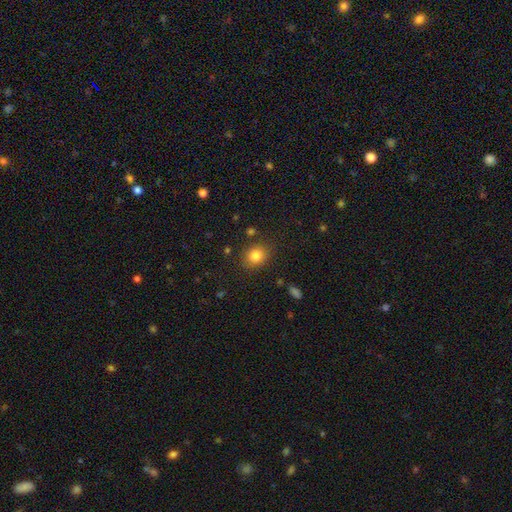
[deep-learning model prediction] Smooth or featured?
  - smooth: 83% *
  - star or artifact: 11%
  - featured or disk: 6%
How rounded?
  - round: 58% *
  - in between: 41%
  - cigar-shaped: 1%
Merging?
  - none: 84% *
  - minor disturbance: 10%
  - major disturbance: 3%
  - merger: 2%